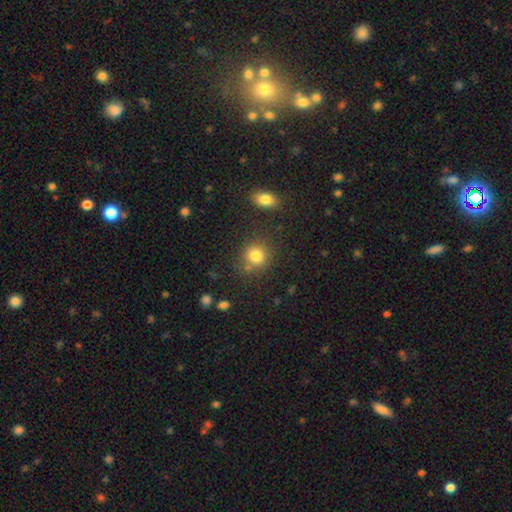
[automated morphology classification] Overall: smooth (82%). How rounded: round (82%). Merging: none (74%).